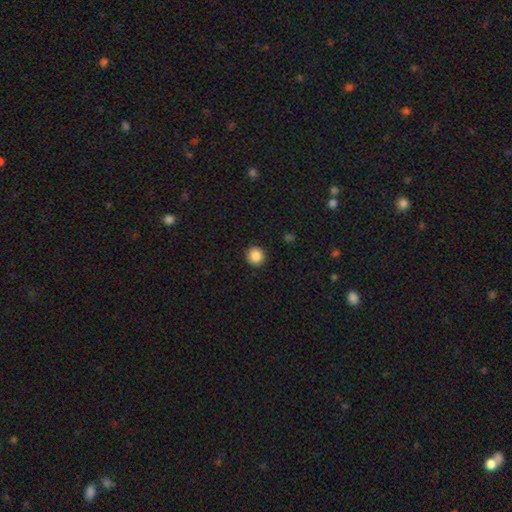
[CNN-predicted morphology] The model was most divided on "smooth or featured": smooth: 87%, star or artifact: 9%, featured or disk: 4%. More confident: how rounded — round (95%); merging — none (92%).